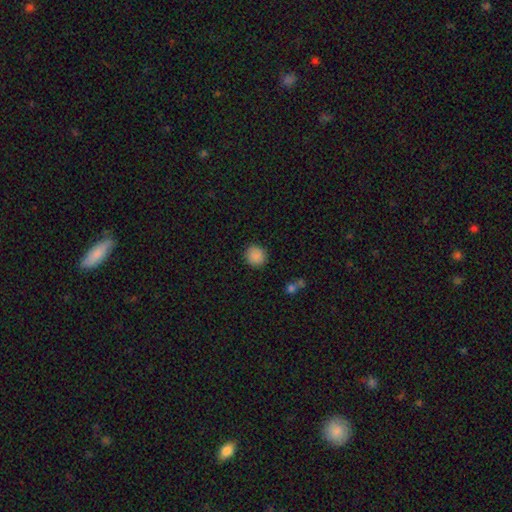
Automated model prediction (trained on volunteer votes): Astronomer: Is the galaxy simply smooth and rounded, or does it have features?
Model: smooth — 88%.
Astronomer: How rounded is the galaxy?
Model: round — 90%.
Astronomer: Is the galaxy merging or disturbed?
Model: none — 90%.